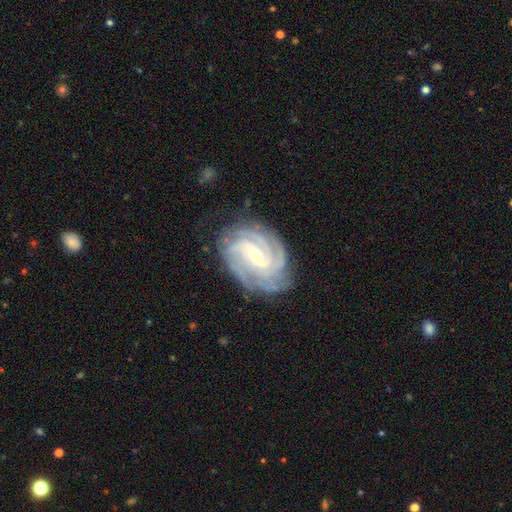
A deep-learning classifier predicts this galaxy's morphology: A featured or disk galaxy (91%) with a weak bar (50%), 4 (32%) tight (72%) spiral arms (98%) and a small central bulge (53%). Merging: none (79%).